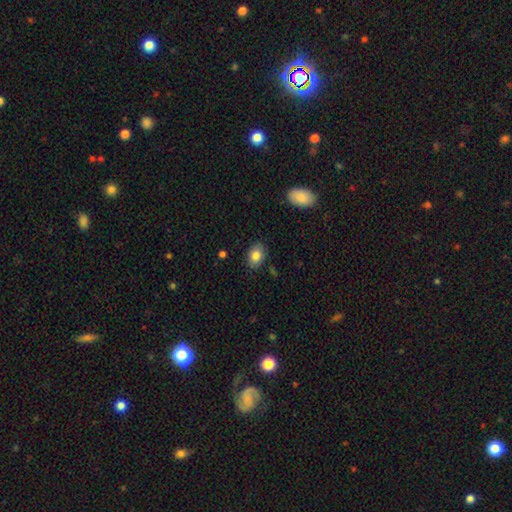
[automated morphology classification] Smooth or featured? Predicted: smooth (p=0.83). How rounded? Predicted: in between (p=0.79). Merging? Predicted: none (p=0.86).